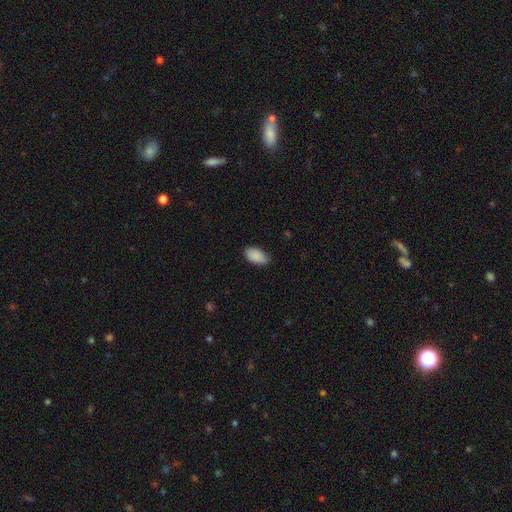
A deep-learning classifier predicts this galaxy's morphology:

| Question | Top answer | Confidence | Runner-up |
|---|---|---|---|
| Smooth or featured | smooth | 89% | star or artifact (7%) |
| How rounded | in between | 95% | round (3%) |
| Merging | none | 79% | minor disturbance (18%) |